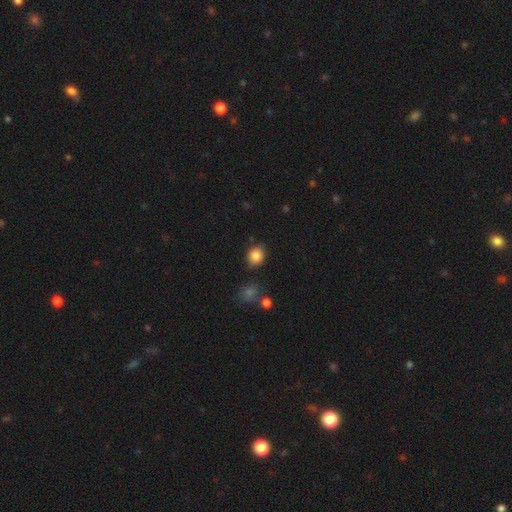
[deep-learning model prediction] Smooth or featured? Predicted: smooth (p=0.85). How rounded? Predicted: round (p=0.67). Merging? Predicted: none (p=0.77).